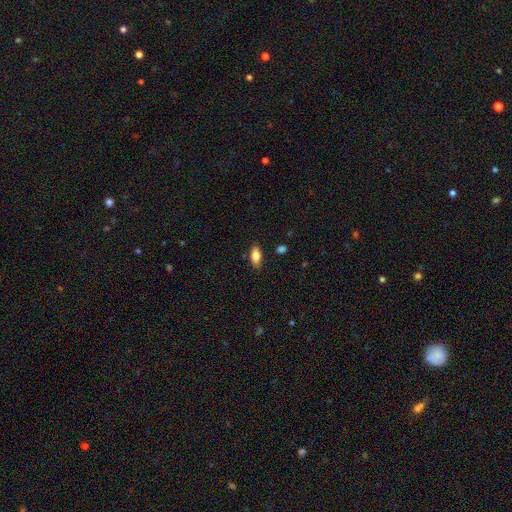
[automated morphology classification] Q: Smooth or featured?
A: smooth (79%); runner-up: featured or disk (14%)
Q: How rounded?
A: in between (86%); runner-up: cigar-shaped (11%)
Q: Merging?
A: none (85%); runner-up: minor disturbance (11%)